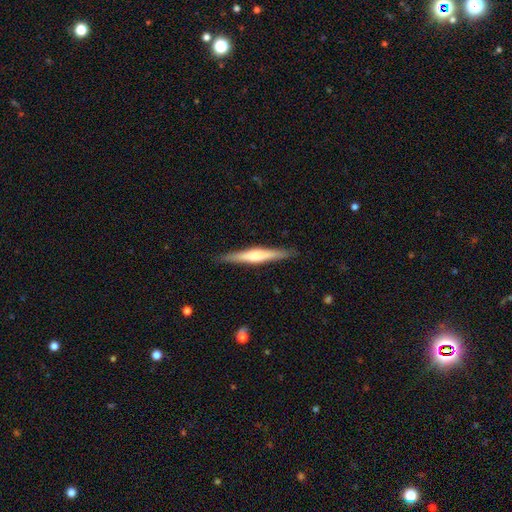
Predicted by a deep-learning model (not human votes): smooth-or-featured: featured or disk: 60% | smooth: 35% | star or artifact: 5%
  disk-edge-on: yes: 97% | no: 3%
    edge-on-bulge: rounded: 65% | boxy: 21% | none: 13%
  merging: none: 90% | minor disturbance: 8% | major disturbance: 2% | merger: 1%